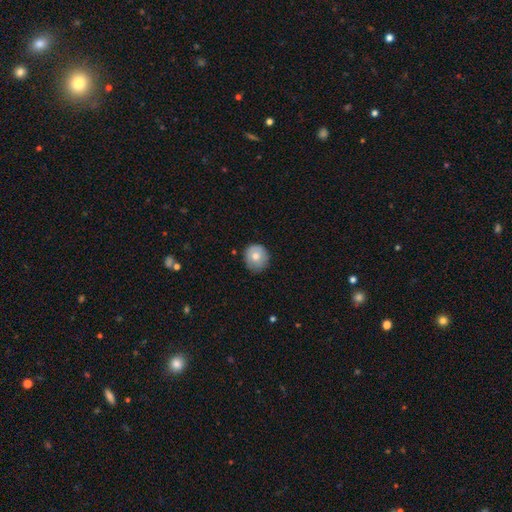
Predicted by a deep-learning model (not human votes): A smooth galaxy with no disk features (73%) that is round (86%). Merging: none (76%).